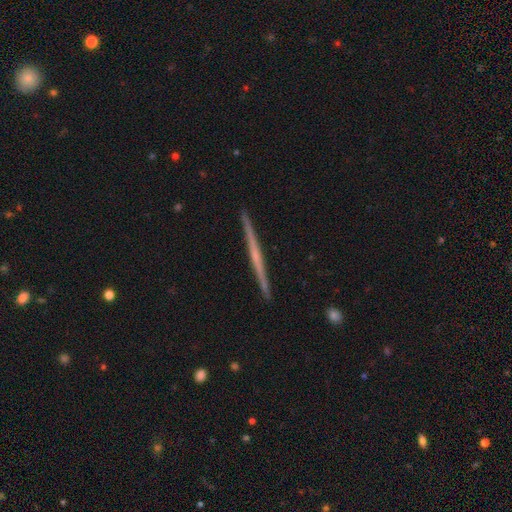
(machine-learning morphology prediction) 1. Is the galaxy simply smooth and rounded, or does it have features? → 71% featured or disk, 24% smooth, 5% star or artifact.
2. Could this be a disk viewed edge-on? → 98% yes, 2% no.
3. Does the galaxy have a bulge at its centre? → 69% none, 24% rounded, 6% boxy.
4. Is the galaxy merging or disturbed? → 93% none, 5% minor disturbance, 1% major disturbance, 1% merger.